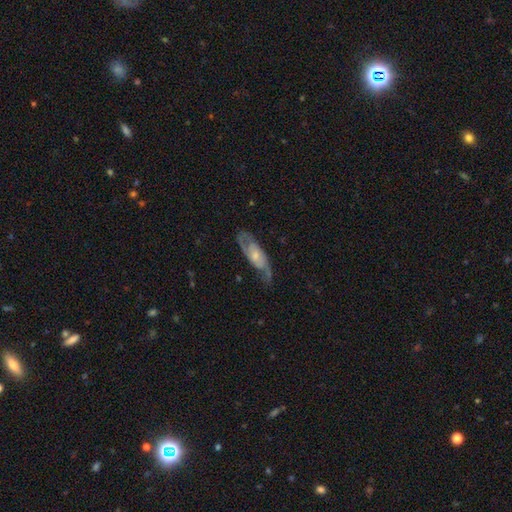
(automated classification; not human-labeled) smooth-or-featured: featured or disk: 74% | smooth: 21% | star or artifact: 6%
  disk-edge-on: no: 85% | yes: 15%
    bar: no: 64% | weak: 30% | strong: 7%
    has-spiral-arms: yes: 89% | no: 11%
      spiral-winding: medium: 49% | tight: 28% | loose: 23%
      spiral-arm-count: 2: 78% | can't tell: 14% | 1: 4% | 3: 3% | 4: 1% | more than 4: 1%
    bulge-size: small: 47% | moderate: 38% | none: 8% | large: 6% | dominant: 1%
  merging: none: 67% | minor disturbance: 21% | major disturbance: 10% | merger: 2%